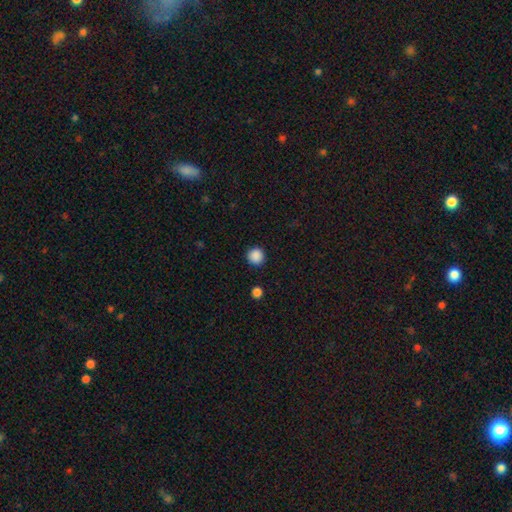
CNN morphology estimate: smooth-or-featured: smooth: 88% | star or artifact: 10% | featured or disk: 2%
  how-rounded: round: 94% | in between: 5% | cigar-shaped: 1%
  merging: none: 92% | minor disturbance: 5% | major disturbance: 2% | merger: 1%